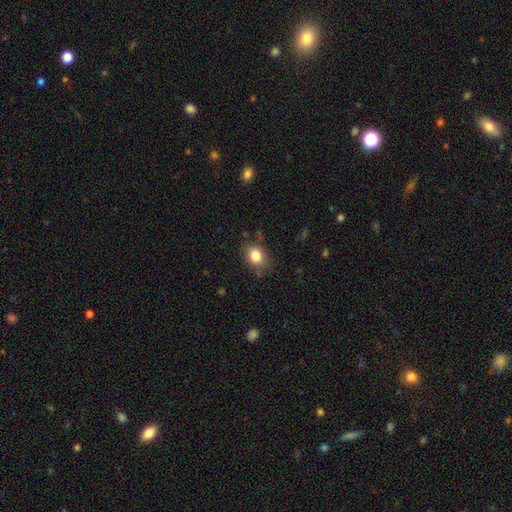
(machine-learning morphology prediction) Smooth or featured? smooth (83%)
How rounded? in between (60%)
Merging? none (77%)